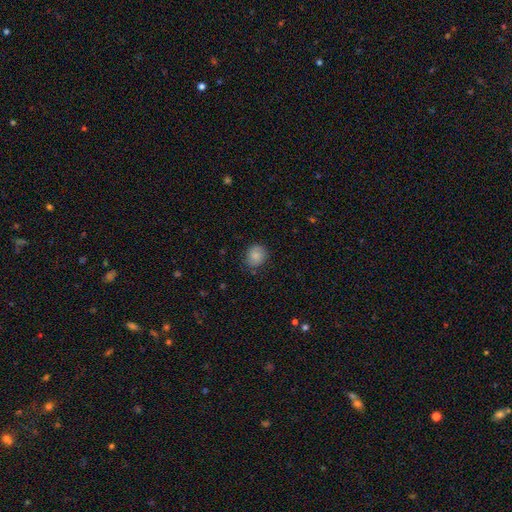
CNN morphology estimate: Smooth or featured? smooth (81%)
How rounded? round (74%)
Merging? none (78%)